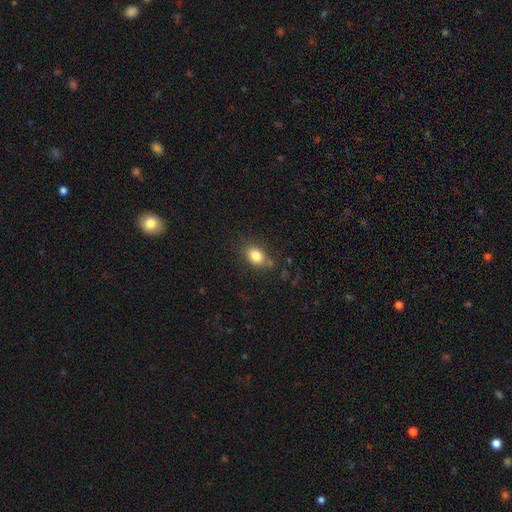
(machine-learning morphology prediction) A smooth galaxy with no disk features (82%) that is in between round and cigar-shaped (72%).

Vote fractions:
- Smooth or featured? smooth: 82% / star or artifact: 10% / featured or disk: 8%
- How rounded? in between: 72% / round: 27% / cigar-shaped: 1%
- Merging? none: 77% / minor disturbance: 14% / merger: 5% / major disturbance: 4%